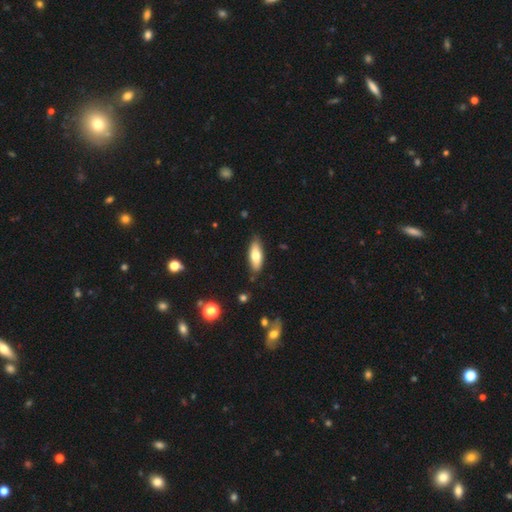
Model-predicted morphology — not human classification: This is likely a smooth galaxy (71%). How rounded: likely in between (68%). Merging: clearly none (83%).